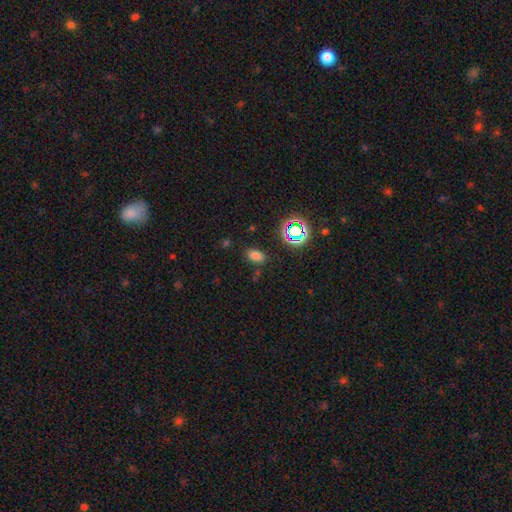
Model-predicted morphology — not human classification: Smooth or featured: smooth — 72% (star or artifact — 21%)
How rounded: in between — 85% (round — 13%)
Merging: none — 82% (minor disturbance — 11%)